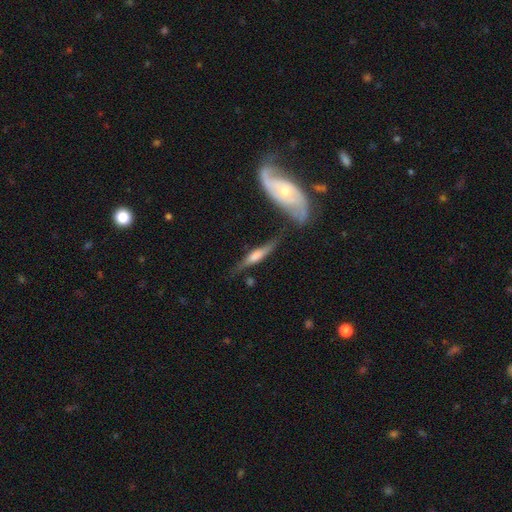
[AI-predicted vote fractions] Smooth or featured? featured or disk (66%)
Edge-on disk? yes (80%)
Edge-on bulge? rounded (62%)
Merging? none (55%)